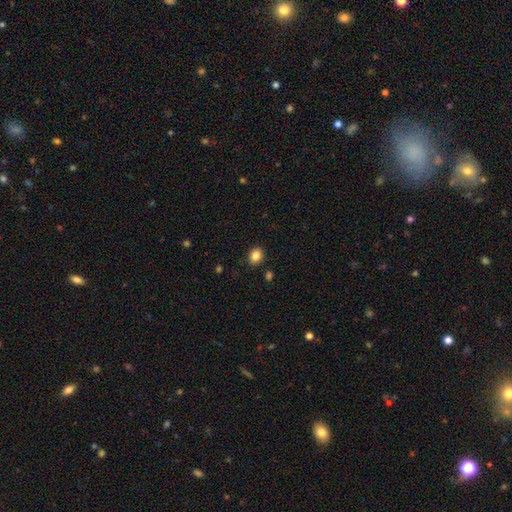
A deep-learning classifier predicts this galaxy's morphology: Smooth or featured? Predicted: smooth (p=0.84). How rounded? Predicted: round (p=0.54). Merging? Predicted: none (p=0.88).